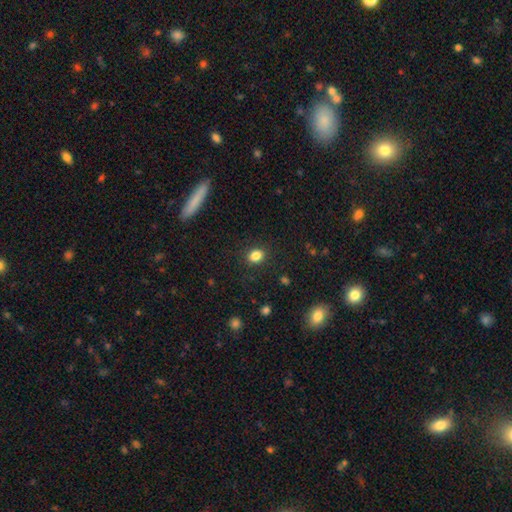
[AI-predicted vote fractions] Smooth or featured?
  - smooth: 84% *
  - star or artifact: 11%
  - featured or disk: 5%
How rounded?
  - in between: 51% *
  - round: 48%
  - cigar-shaped: 1%
Merging?
  - none: 88% *
  - minor disturbance: 8%
  - major disturbance: 3%
  - merger: 1%